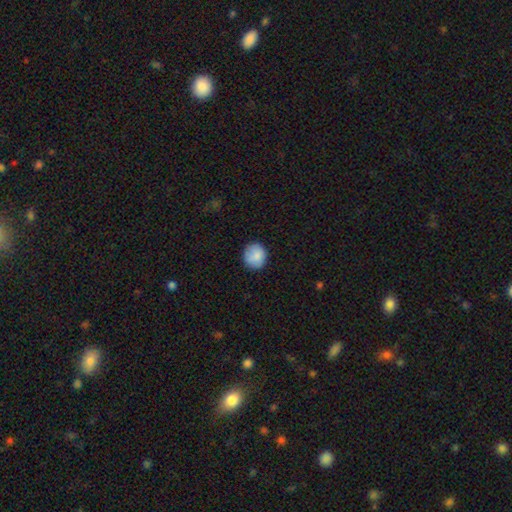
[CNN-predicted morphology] This appears to be a smooth galaxy with no disk features (86%) that is round (88%). Merging: none (86%).